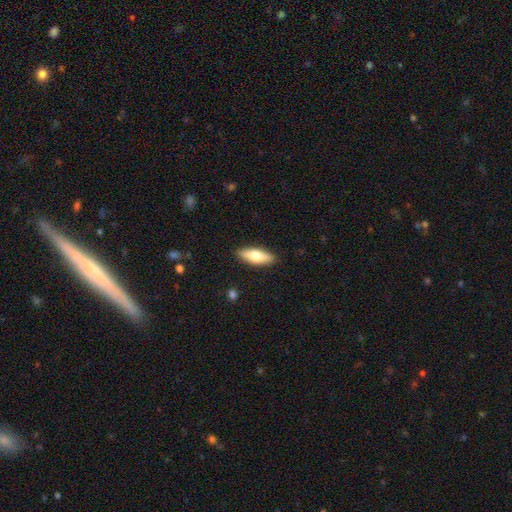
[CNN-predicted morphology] type=smooth (66%); roundness=in between (68%); merging=none (89%).